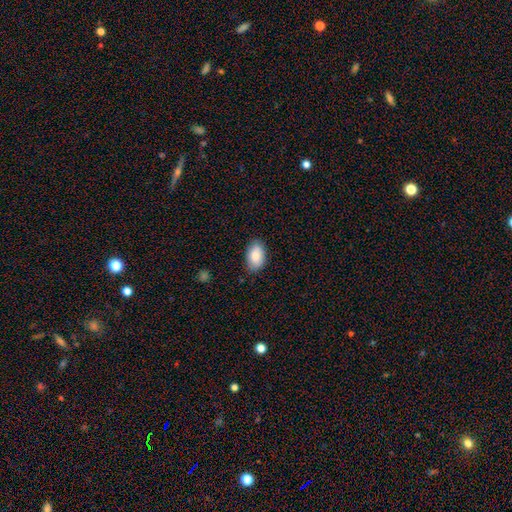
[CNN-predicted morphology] Q: Smooth or featured?
A: smooth (87%); runner-up: featured or disk (7%)
Q: How rounded?
A: in between (93%); runner-up: round (5%)
Q: Merging?
A: none (83%); runner-up: minor disturbance (14%)